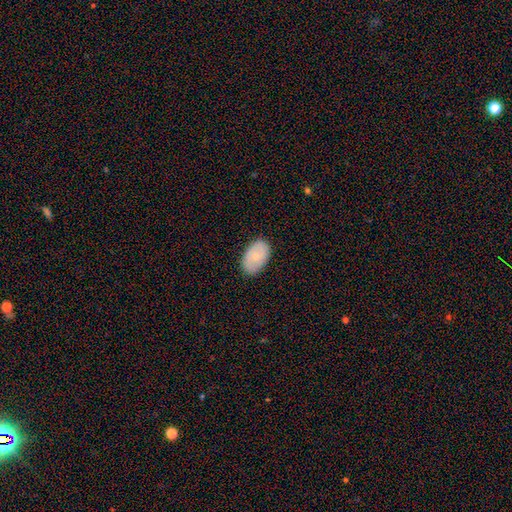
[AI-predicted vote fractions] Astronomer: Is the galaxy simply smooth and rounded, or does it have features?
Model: smooth — 71%.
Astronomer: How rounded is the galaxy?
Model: in between — 91%.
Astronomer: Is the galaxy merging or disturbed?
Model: none — 85%.